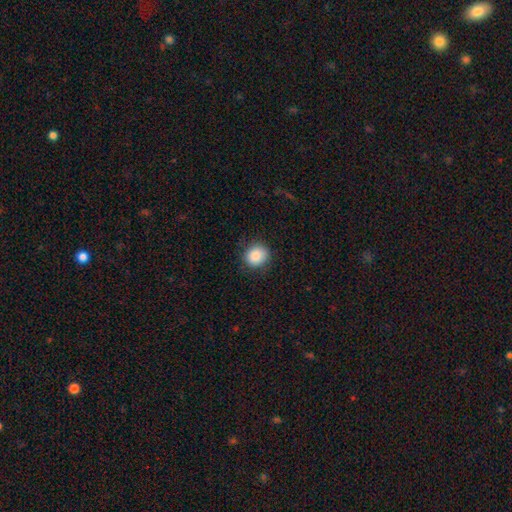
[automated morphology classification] smooth 86%, star or artifact 9%, featured or disk 5%. Down the decision tree: how rounded — round (84%); merging — none (86%).